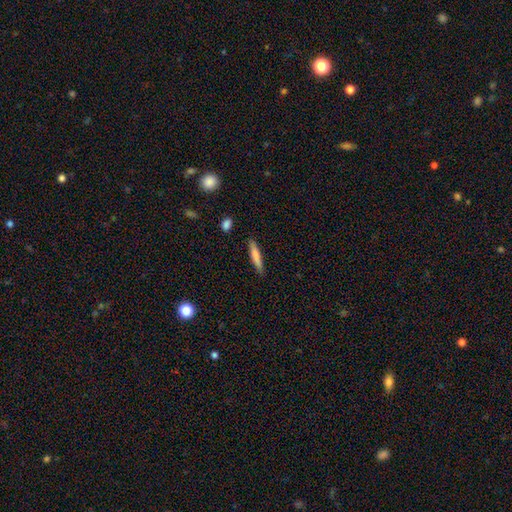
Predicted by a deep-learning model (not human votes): Q: Smooth or featured?
A: smooth (77%); runner-up: featured or disk (17%)
Q: How rounded?
A: cigar-shaped (90%); runner-up: in between (9%)
Q: Merging?
A: none (85%); runner-up: minor disturbance (11%)